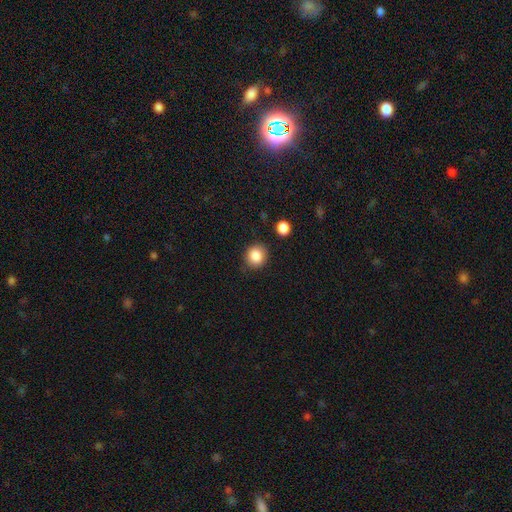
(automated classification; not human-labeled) Smooth or featured?
  - smooth: 86% *
  - star or artifact: 10%
  - featured or disk: 5%
How rounded?
  - round: 85% *
  - in between: 14%
  - cigar-shaped: 1%
Merging?
  - none: 85% *
  - minor disturbance: 10%
  - major disturbance: 3%
  - merger: 3%